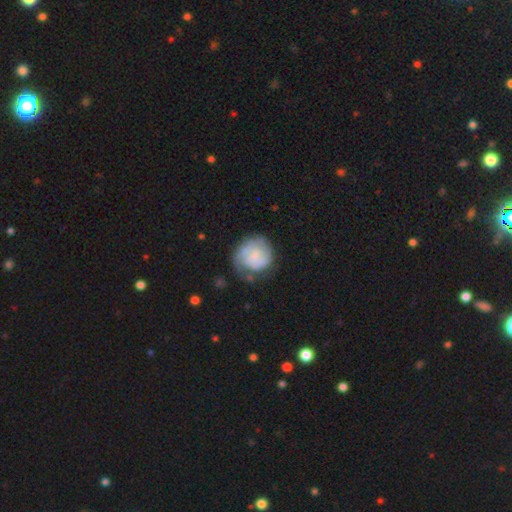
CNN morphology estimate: The model was most divided on "bulge size": none: 43%, small: 32%, moderate: 17%, large: 6%, dominant: 2%. More confident: edge-on disk — no (98%); spiral arms — yes (83%); bar — no (60%); smooth or featured — featured or disk (59%); merging — none (58%).